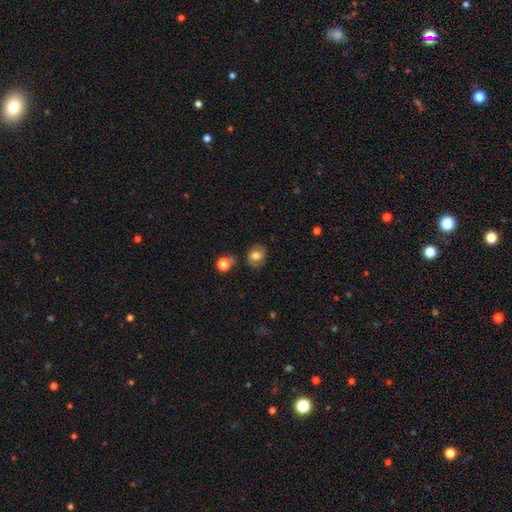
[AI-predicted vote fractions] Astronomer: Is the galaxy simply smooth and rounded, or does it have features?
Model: smooth — 72%.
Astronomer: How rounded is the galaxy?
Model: round — 58% (runner-up: in between, 41%).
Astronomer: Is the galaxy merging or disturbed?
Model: none — 76%.